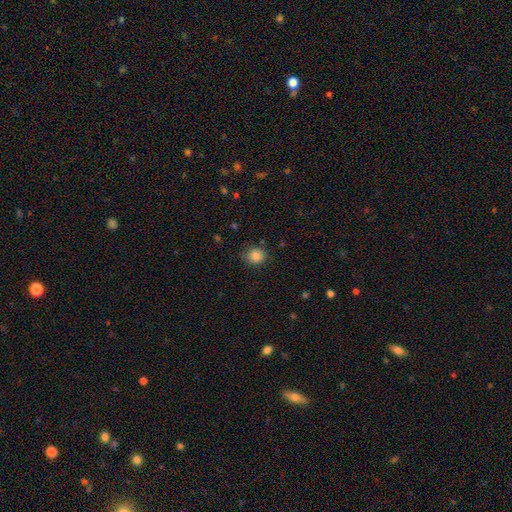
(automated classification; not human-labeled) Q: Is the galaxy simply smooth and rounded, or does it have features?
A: smooth — 85%.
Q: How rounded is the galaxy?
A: round — 81%.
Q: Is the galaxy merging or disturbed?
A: none — 83%.